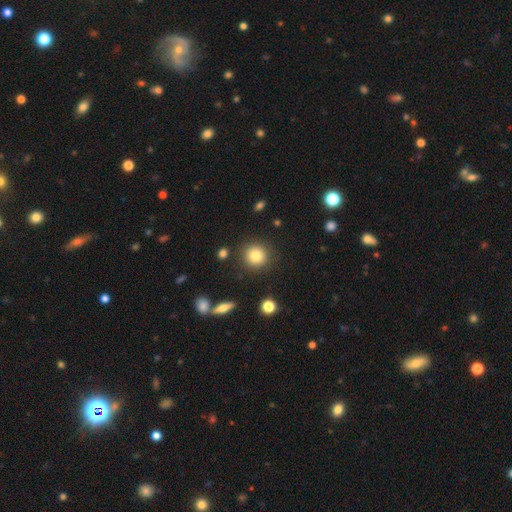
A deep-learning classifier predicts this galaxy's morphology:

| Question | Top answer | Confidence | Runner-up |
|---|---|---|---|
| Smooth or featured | smooth | 82% | star or artifact (10%) |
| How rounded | round | 91% | in between (8%) |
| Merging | none | 88% | minor disturbance (7%) |